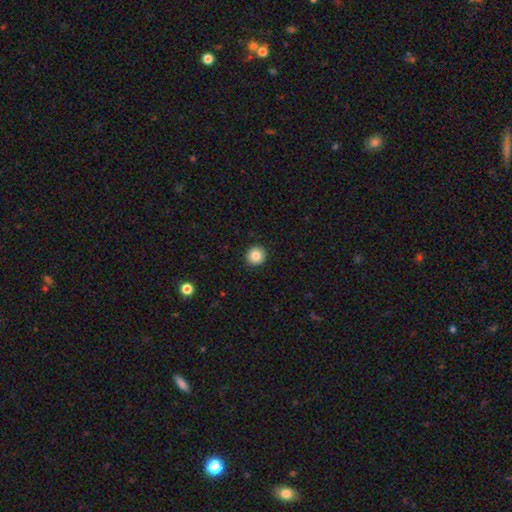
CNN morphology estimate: This is clearly a smooth galaxy (85%). How rounded: clearly round (93%). Merging: clearly none (93%).